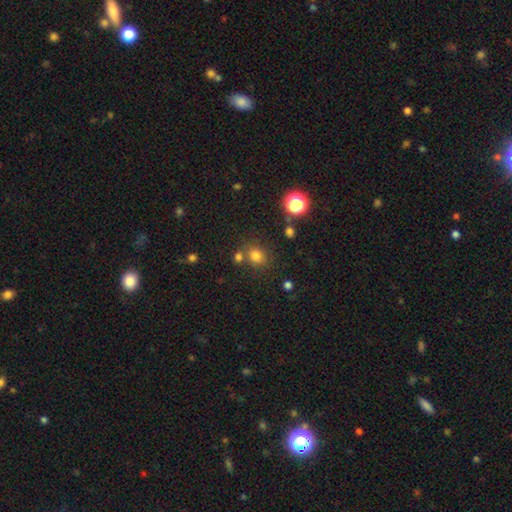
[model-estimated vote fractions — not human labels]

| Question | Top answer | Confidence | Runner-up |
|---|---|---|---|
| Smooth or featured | smooth | 76% | star or artifact (17%) |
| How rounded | round | 78% | in between (21%) |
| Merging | none | 69% | merger (15%) |